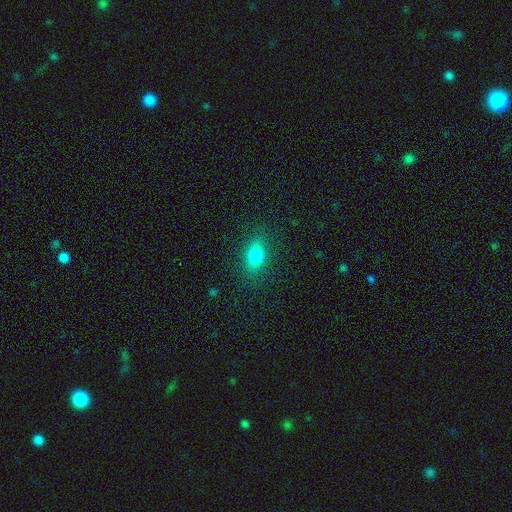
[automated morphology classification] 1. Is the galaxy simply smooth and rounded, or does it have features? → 78% smooth, 11% star or artifact, 11% featured or disk.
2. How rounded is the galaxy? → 79% in between, 16% round, 5% cigar-shaped.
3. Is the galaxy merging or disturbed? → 86% none, 10% minor disturbance, 3% major disturbance, 1% merger.